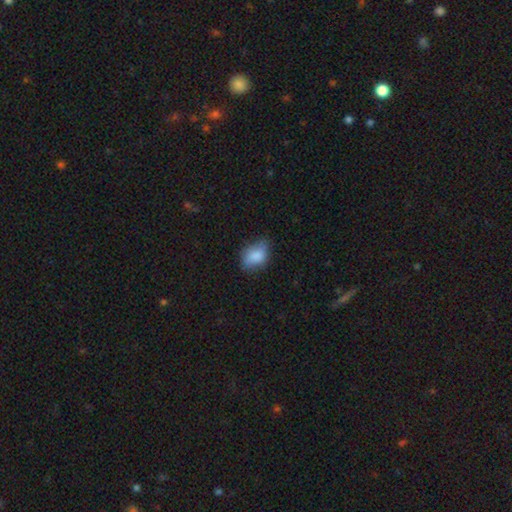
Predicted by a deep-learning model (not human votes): Overall: smooth (84%). How rounded: in between (78%). Merging: none (59%; minor disturbance 33%).